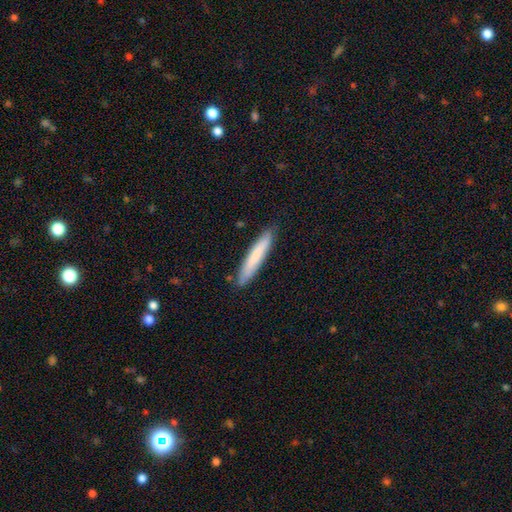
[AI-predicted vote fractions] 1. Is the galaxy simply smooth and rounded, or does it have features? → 76% smooth, 19% featured or disk, 6% star or artifact.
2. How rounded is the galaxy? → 92% cigar-shaped, 6% in between, 1% round.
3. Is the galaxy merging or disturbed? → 86% none, 11% minor disturbance, 2% major disturbance, 1% merger.